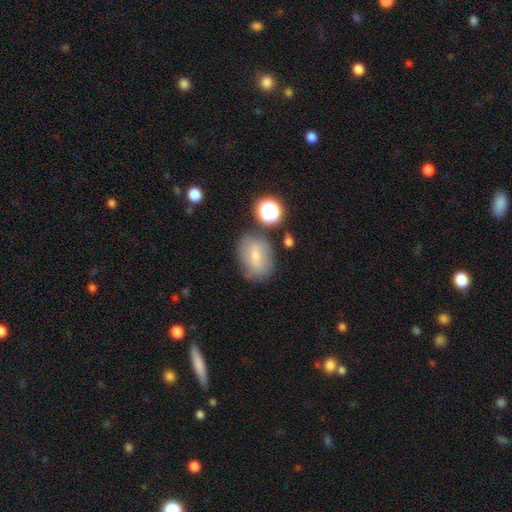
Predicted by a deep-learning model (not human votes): smooth_or_featured: smooth (p=0.57) [alt: featured or disk p=0.30]
how_rounded: in between (p=0.68) [alt: round p=0.30]
merging: none (p=0.63) [alt: minor disturbance p=0.22]